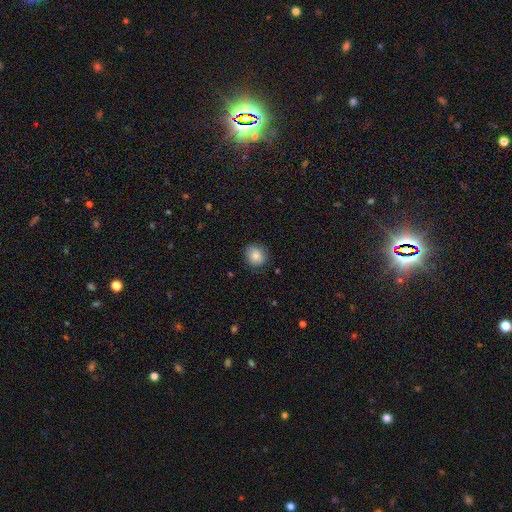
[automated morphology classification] Overall: smooth (83%). How rounded: round (78%). Merging: none (80%).